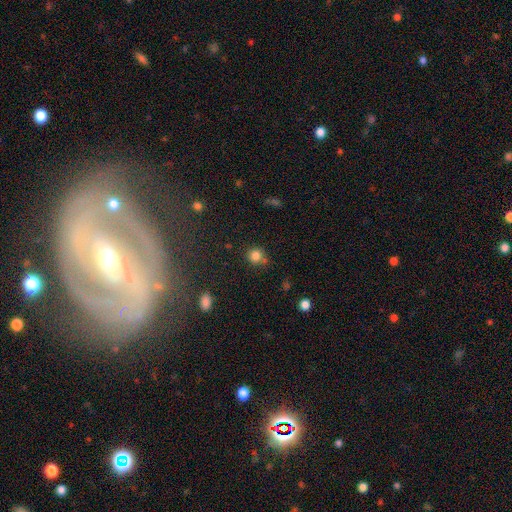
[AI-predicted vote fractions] Smooth or featured? Predicted: smooth (p=0.81). How rounded? Predicted: round (p=0.89). Merging? Predicted: none (p=0.68).